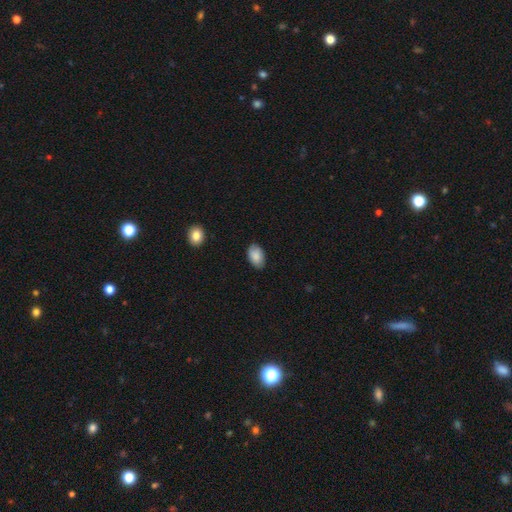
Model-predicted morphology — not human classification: Smooth or featured: smooth — 87% (star or artifact — 7%)
How rounded: in between — 91% (round — 8%)
Merging: none — 85% (minor disturbance — 12%)